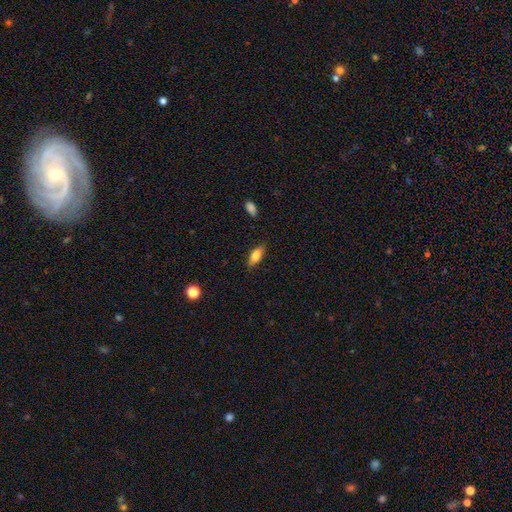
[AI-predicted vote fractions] smooth-or-featured: smooth: 77% | featured or disk: 15% | star or artifact: 7%
  how-rounded: in between: 77% | cigar-shaped: 20% | round: 3%
  merging: none: 84% | minor disturbance: 12% | major disturbance: 3% | merger: 1%